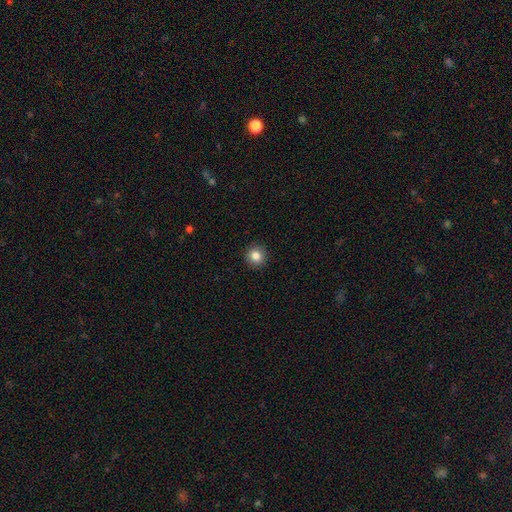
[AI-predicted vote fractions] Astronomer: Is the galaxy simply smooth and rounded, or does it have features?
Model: smooth — 84%.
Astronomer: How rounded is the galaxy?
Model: round — 92%.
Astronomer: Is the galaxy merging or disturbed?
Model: none — 92%.